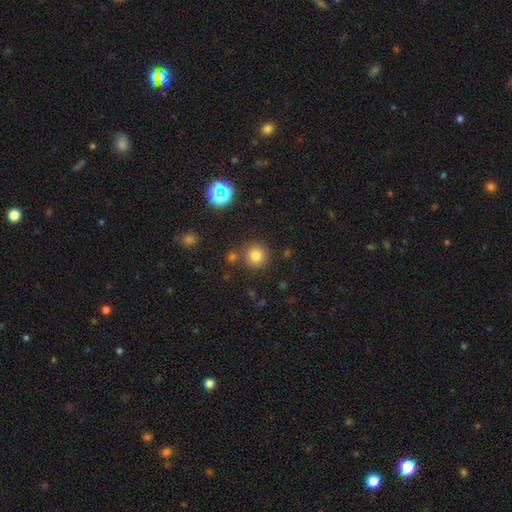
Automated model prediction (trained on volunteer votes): This is likely a smooth galaxy (79%). How rounded: clearly round (93%). Merging: clearly none (81%).